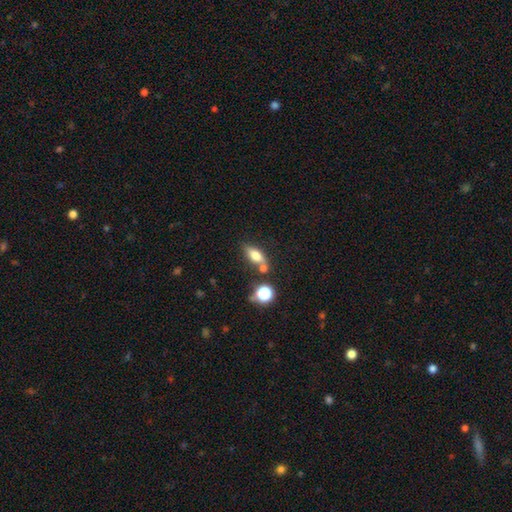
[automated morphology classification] A smooth galaxy with no disk features (71%) that is in between round and cigar-shaped (71%). Merging: none (62%).